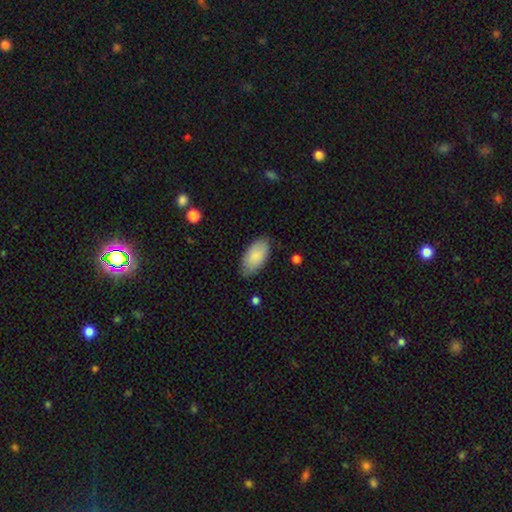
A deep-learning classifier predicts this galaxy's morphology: Q: Smooth or featured?
A: smooth (84%); runner-up: featured or disk (11%)
Q: How rounded?
A: in between (95%); runner-up: cigar-shaped (3%)
Q: Merging?
A: none (78%); runner-up: minor disturbance (17%)